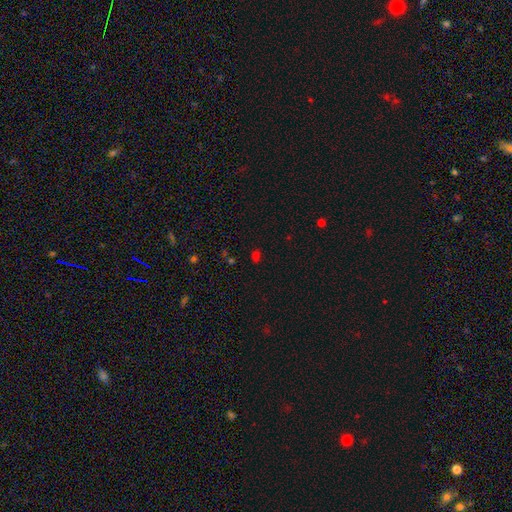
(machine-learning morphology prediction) Smooth or featured? smooth (56%)
How rounded? in between (74%)
Merging? none (76%)